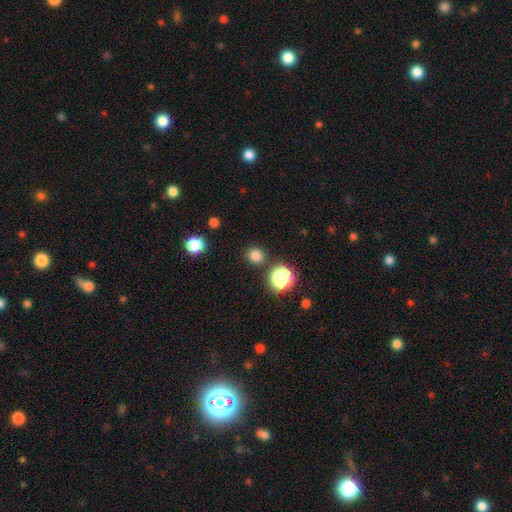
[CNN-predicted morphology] A smooth galaxy with no disk features (79%) that is round (91%).

Vote fractions:
- Smooth or featured? smooth: 79% / star or artifact: 17% / featured or disk: 4%
- How rounded? round: 91% / in between: 8% / cigar-shaped: 1%
- Merging? none: 87% / minor disturbance: 6% / merger: 4% / major disturbance: 2%